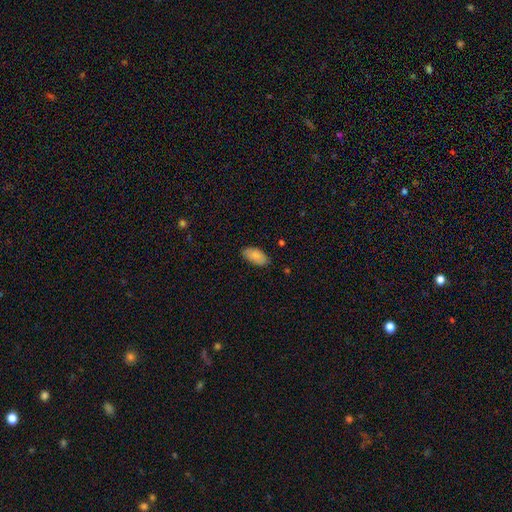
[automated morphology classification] Smooth or featured? Predicted: smooth (p=0.88). How rounded? Predicted: in between (p=0.93). Merging? Predicted: none (p=0.82).